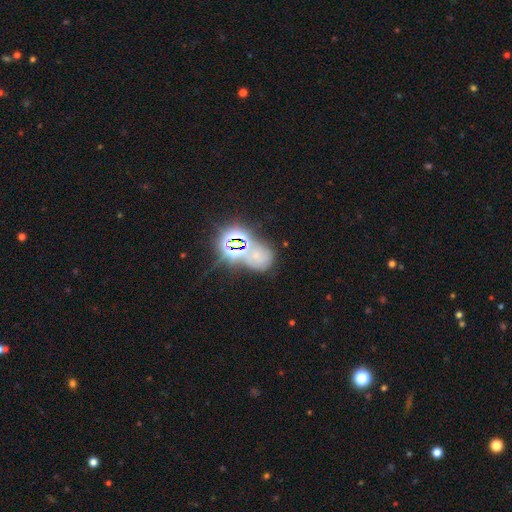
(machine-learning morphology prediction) Smooth or featured? star or artifact (52%)